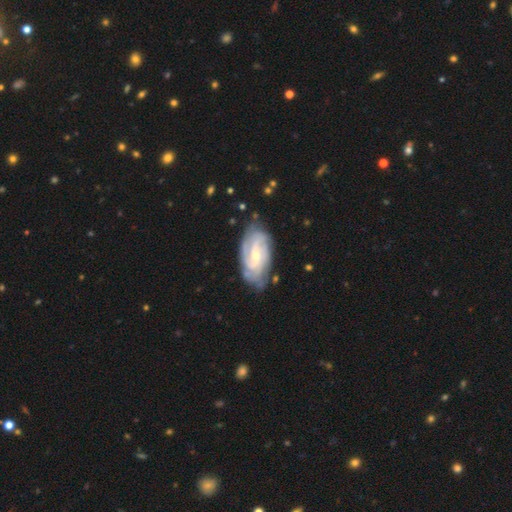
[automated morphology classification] Smooth or featured? featured or disk (86%)
Edge-on disk? no (96%)
Bar? weak (46%)
Spiral arms? yes (97%)
Spiral winding? tight (57%)
Spiral arm count? 2 (31%)
Bulge size? small (61%)
Merging? none (74%)